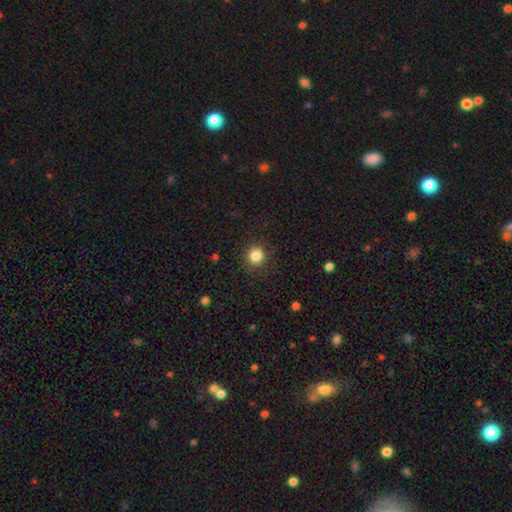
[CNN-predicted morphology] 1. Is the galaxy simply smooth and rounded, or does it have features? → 84% smooth, 11% star or artifact, 5% featured or disk.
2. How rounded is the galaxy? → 92% round, 7% in between, 1% cigar-shaped.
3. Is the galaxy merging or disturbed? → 89% none, 7% minor disturbance, 3% major disturbance, 1% merger.